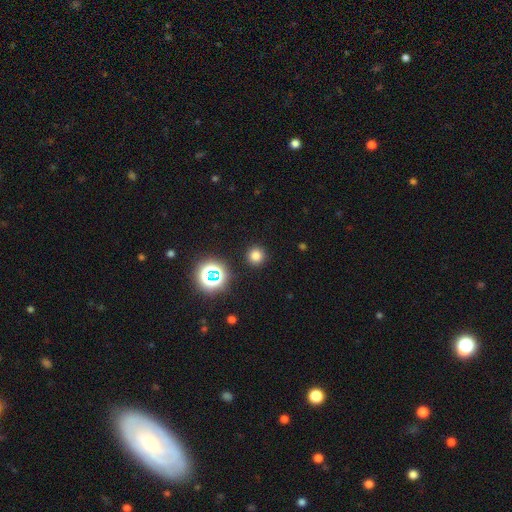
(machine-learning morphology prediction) Overall: smooth (74%). How rounded: round (94%). Merging: none (90%).